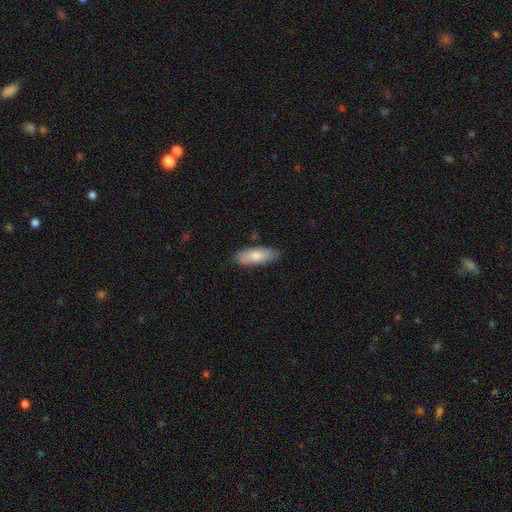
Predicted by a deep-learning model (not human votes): Q: Smooth or featured?
A: smooth (78%); runner-up: featured or disk (16%)
Q: How rounded?
A: in between (68%); runner-up: cigar-shaped (30%)
Q: Merging?
A: none (84%); runner-up: minor disturbance (12%)